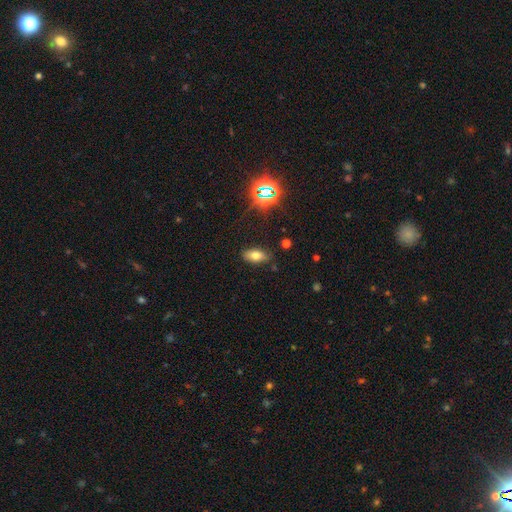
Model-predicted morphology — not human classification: type=smooth (68%); roundness=in between (85%); merging=none (84%).